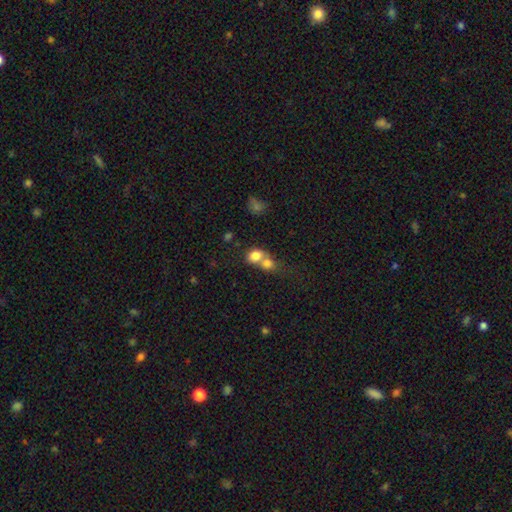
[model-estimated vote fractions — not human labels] A smooth galaxy with no disk features (77%) that is round (55%).

Vote fractions:
- Smooth or featured? smooth: 77% / featured or disk: 13% / star or artifact: 10%
- How rounded? round: 55% / in between: 44% / cigar-shaped: 1%
- Merging? merger: 67% / none: 23% / minor disturbance: 6% / major disturbance: 4%